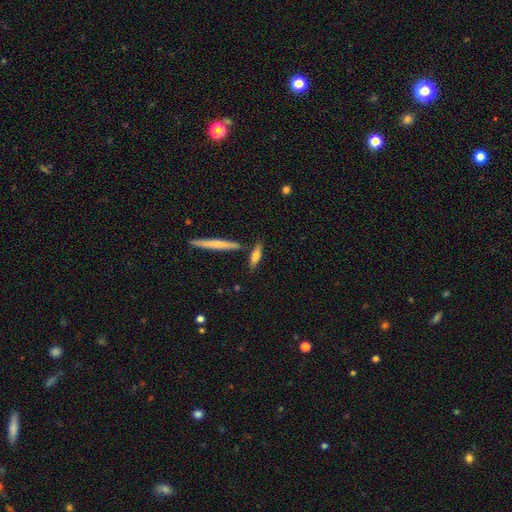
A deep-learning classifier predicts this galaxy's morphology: Smooth or featured: smooth — 69% (featured or disk — 25%)
How rounded: cigar-shaped — 65% (in between — 32%)
Merging: none — 74% (minor disturbance — 12%)